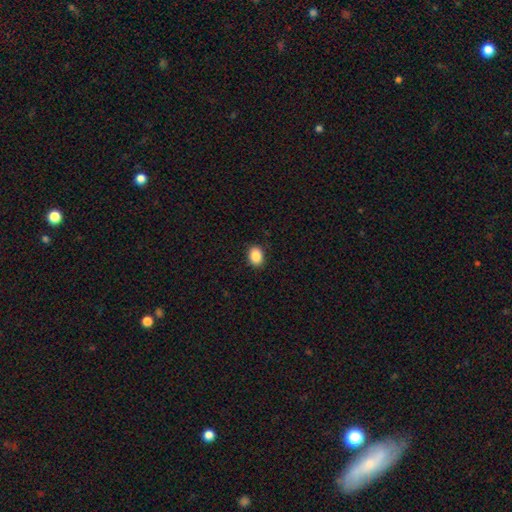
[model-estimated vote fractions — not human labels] A smooth galaxy with no disk features (88%) that is in between round and cigar-shaped (64%). Merging: none (90%).